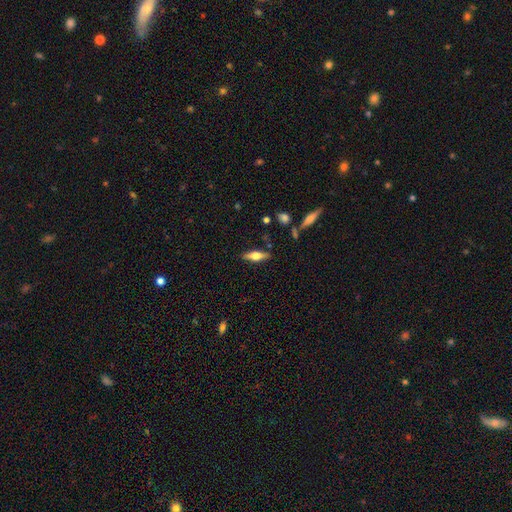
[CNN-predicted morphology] A featured or disk galaxy (54%) viewed edge-on (93%). Merging: none (85%).